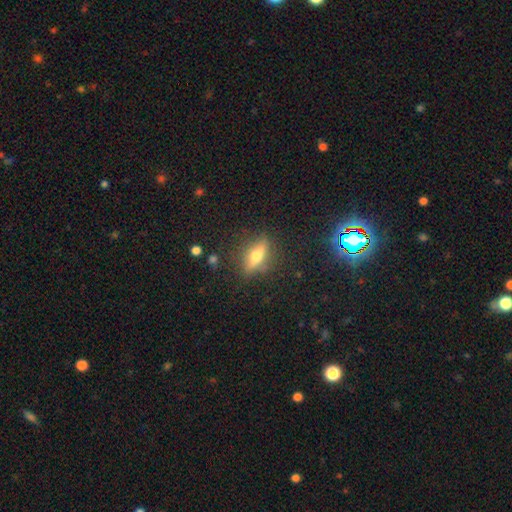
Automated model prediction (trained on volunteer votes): Morphology: type=featured or disk (49%); merging=none (82%).